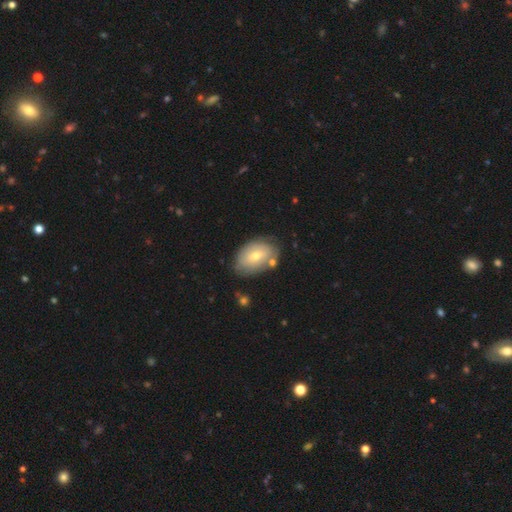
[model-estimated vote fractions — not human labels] Smooth or featured: smooth — 59% (featured or disk — 34%)
How rounded: in between — 87% (round — 11%)
Merging: none — 72% (minor disturbance — 17%)